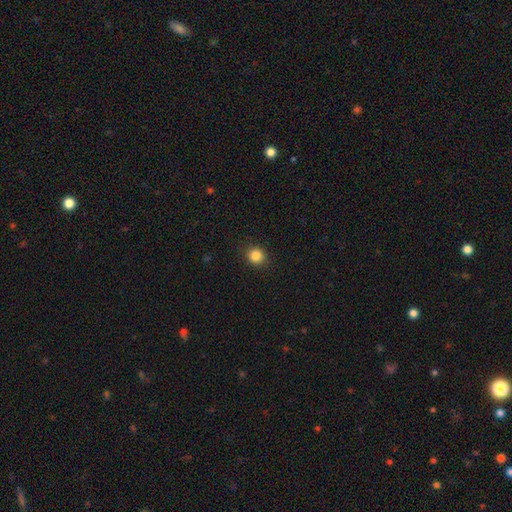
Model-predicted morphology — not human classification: smooth 85%, star or artifact 11%, featured or disk 4%. Down the decision tree: how rounded — round (86%); merging — none (90%).